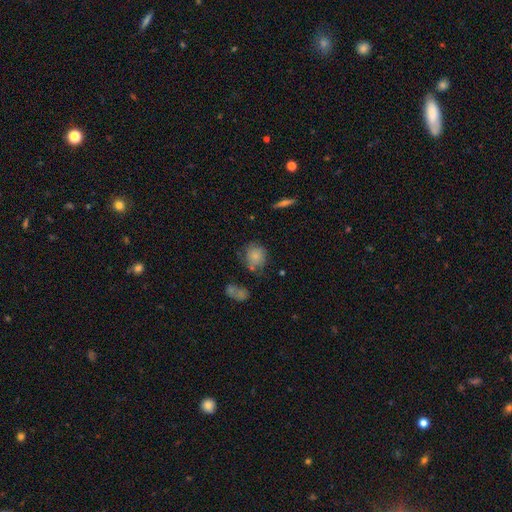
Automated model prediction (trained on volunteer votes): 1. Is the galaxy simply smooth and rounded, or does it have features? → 75% smooth, 15% featured or disk, 10% star or artifact.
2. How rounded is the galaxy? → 70% round, 28% in between, 1% cigar-shaped.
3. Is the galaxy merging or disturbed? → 57% none, 25% minor disturbance, 10% major disturbance, 8% merger.